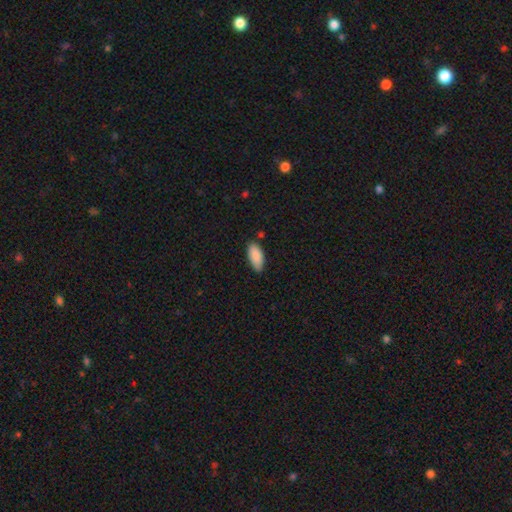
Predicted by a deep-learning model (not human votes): Overall: smooth (89%). How rounded: in between (90%). Merging: none (78%).